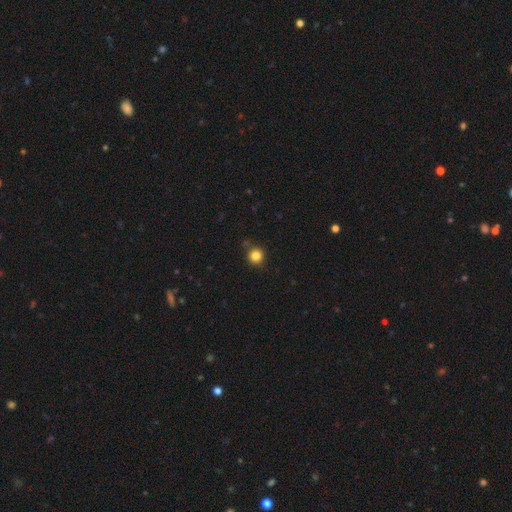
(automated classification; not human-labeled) Smooth or featured: smooth — 83% (star or artifact — 12%)
How rounded: round — 93% (in between — 6%)
Merging: none — 85% (minor disturbance — 9%)